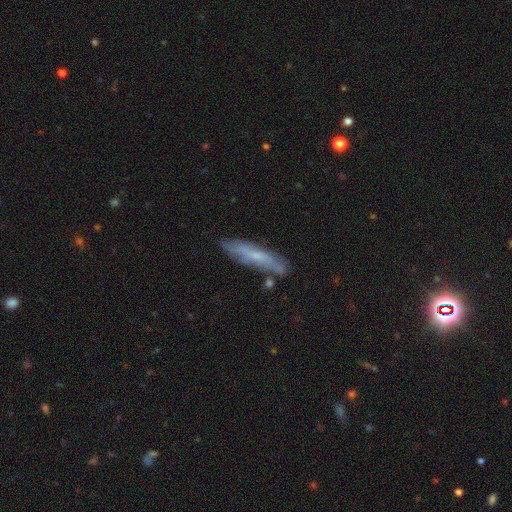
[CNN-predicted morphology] This appears to be a featured or disk galaxy (47%). Merging: none (76%).